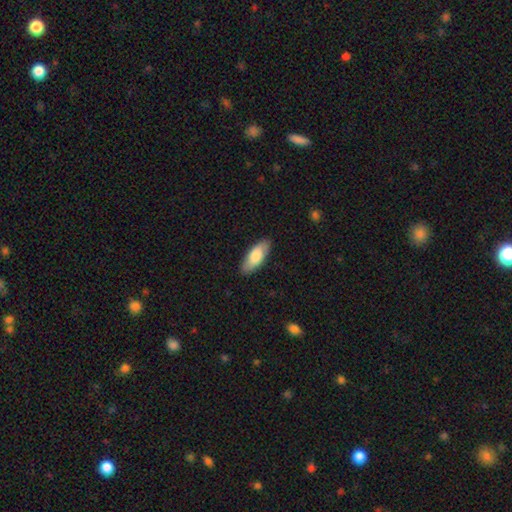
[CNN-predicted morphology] smooth 77%, featured or disk 18%, star or artifact 5%. Down the decision tree: how rounded — in between (80%); merging — none (88%).